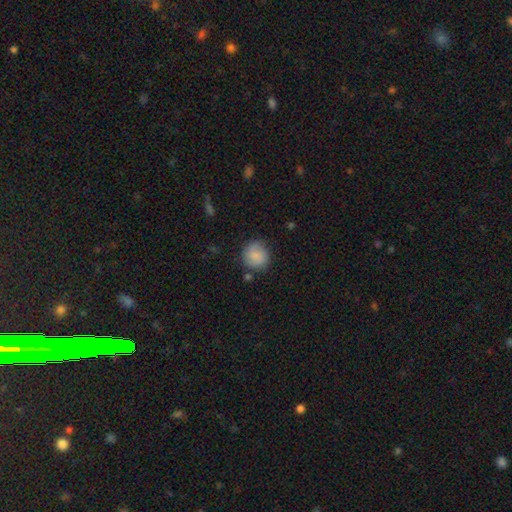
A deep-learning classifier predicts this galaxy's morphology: Smooth or featured: smooth — 83% (featured or disk — 9%)
How rounded: round — 89% (in between — 10%)
Merging: none — 76% (minor disturbance — 16%)